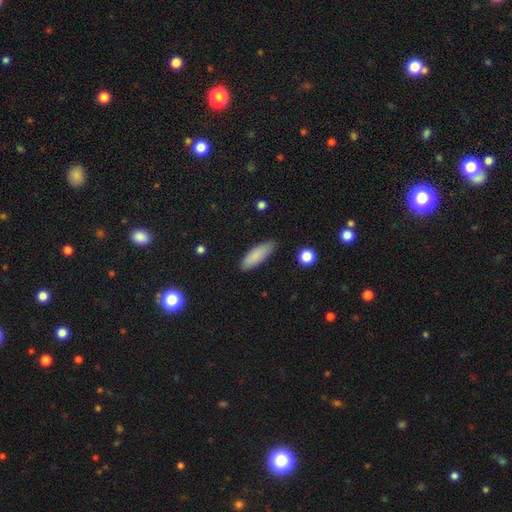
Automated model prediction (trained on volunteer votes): Smooth or featured?
  - smooth: 85% *
  - featured or disk: 9%
  - star or artifact: 6%
How rounded?
  - in between: 58% *
  - cigar-shaped: 40%
  - round: 2%
Merging?
  - none: 84% *
  - minor disturbance: 13%
  - major disturbance: 2%
  - merger: 1%